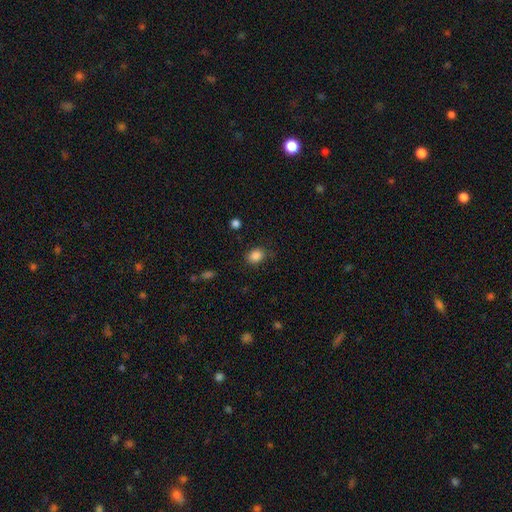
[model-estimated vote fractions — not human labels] smooth 86%, star or artifact 10%, featured or disk 4%. Down the decision tree: how rounded — in between (51%); merging — none (81%).